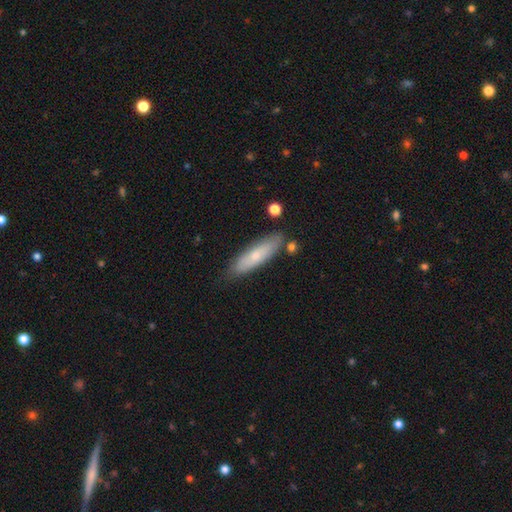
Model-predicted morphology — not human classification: smooth_or_featured: smooth (p=0.65) [alt: featured or disk p=0.29]
how_rounded: cigar-shaped (p=0.69) [alt: in between p=0.29]
merging: none (p=0.79) [alt: minor disturbance p=0.14]